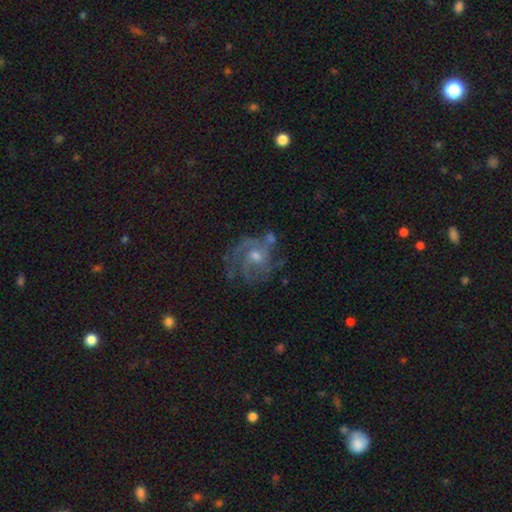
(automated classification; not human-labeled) Smooth or featured? Predicted: featured or disk (p=0.81). Edge-on disk? Predicted: no (p=0.98). Bar? Predicted: no (p=0.67). Spiral arms? Predicted: yes (p=0.93). Spiral winding? Predicted: medium (p=0.44). Spiral arm count? Predicted: 3 (p=0.33). Bulge size? Predicted: moderate (p=0.58). Merging? Predicted: none (p=0.61).